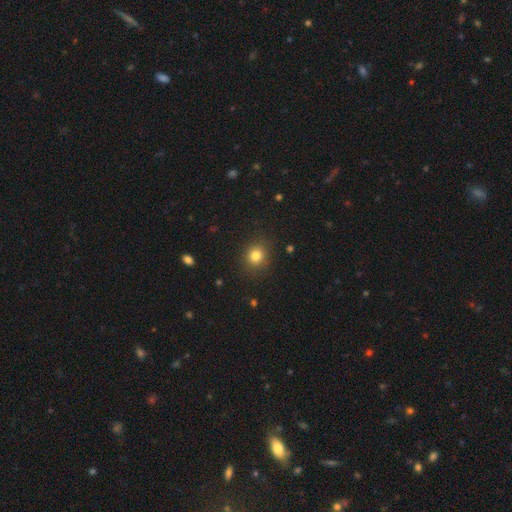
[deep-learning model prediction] Smooth or featured?
  - smooth: 81% *
  - star or artifact: 13%
  - featured or disk: 6%
How rounded?
  - round: 76% *
  - in between: 23%
  - cigar-shaped: 1%
Merging?
  - none: 87% *
  - minor disturbance: 9%
  - major disturbance: 3%
  - merger: 1%